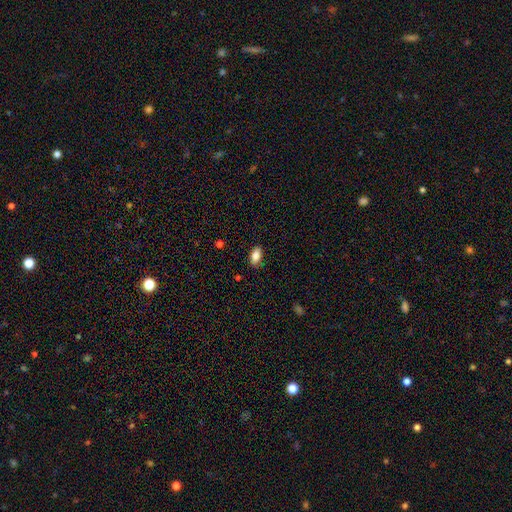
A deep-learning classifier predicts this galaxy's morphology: Overall: smooth (85%). How rounded: in between (90%). Merging: none (84%).